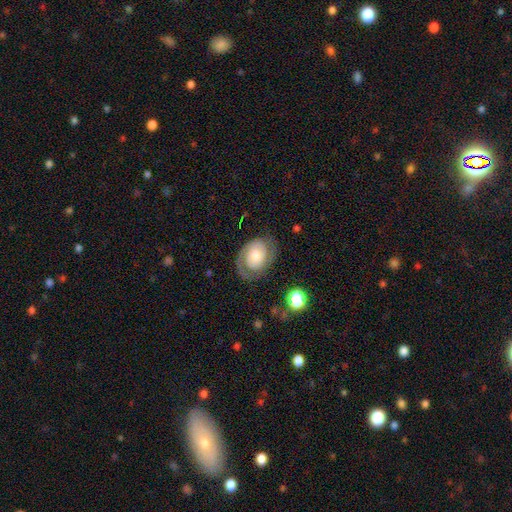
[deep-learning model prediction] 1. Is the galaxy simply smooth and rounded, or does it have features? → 77% featured or disk, 17% smooth, 6% star or artifact.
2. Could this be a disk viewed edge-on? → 97% no, 3% yes.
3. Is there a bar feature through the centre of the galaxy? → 72% no, 22% weak, 5% strong.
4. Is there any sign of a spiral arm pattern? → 91% yes, 9% no.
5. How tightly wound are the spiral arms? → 56% tight, 33% medium, 11% loose.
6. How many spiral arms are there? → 74% 2, 12% 1, 9% can't tell, 2% 3, 1% 4, 1% more than 4.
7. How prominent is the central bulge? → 43% moderate, 41% small, 10% large, 3% none, 2% dominant.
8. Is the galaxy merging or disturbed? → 72% none, 16% minor disturbance, 10% major disturbance, 1% merger.